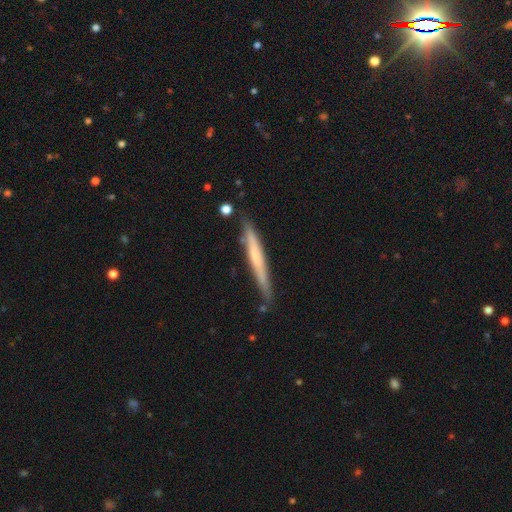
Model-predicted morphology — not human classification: smooth-or-featured: featured or disk: 48% | smooth: 46% | star or artifact: 5%
  merging: none: 79% | minor disturbance: 15% | merger: 3% | major disturbance: 2%